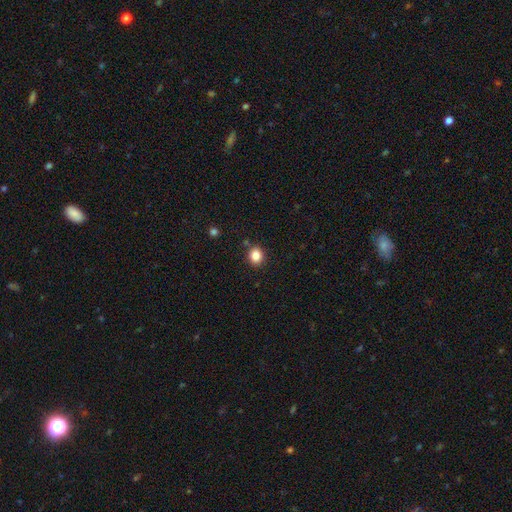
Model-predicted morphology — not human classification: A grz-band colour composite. It shows a smooth galaxy with no disk features (85%) that is round (69%). Merging: none (85%).